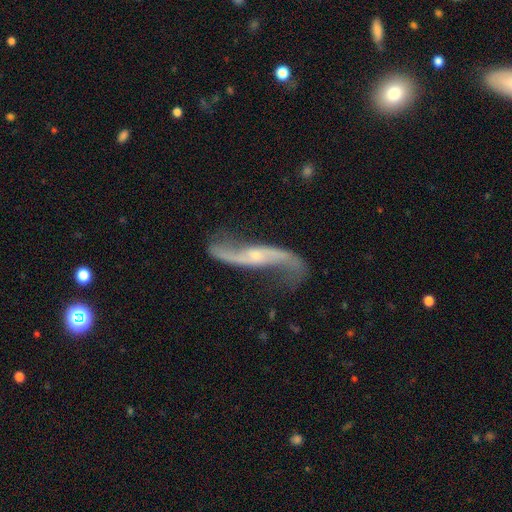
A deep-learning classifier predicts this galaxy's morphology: smooth_or_featured: featured or disk (p=0.90) [alt: smooth p=0.05]
disk_edge_on: no (p=0.87) [alt: yes p=0.13]
bar: no (p=0.53) [alt: weak p=0.27]
has_spiral_arms: yes (p=0.96) [alt: no p=0.04]
spiral_winding: loose (p=0.91) [alt: medium p=0.06]
spiral_arm_count: 2 (p=0.94) [alt: 1 p=0.02]
bulge_size: small (p=0.72) [alt: moderate p=0.21]
merging: none (p=0.71) [alt: minor disturbance p=0.16]